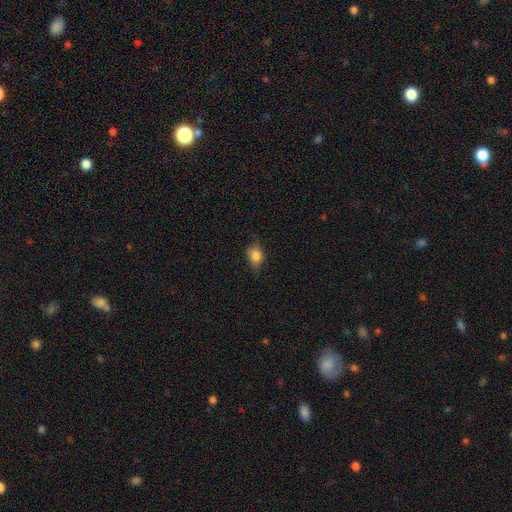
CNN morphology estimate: smooth_or_featured: smooth (p=0.77) [alt: featured or disk p=0.13]
how_rounded: in between (p=0.65) [alt: round p=0.32]
merging: none (p=0.63) [alt: minor disturbance p=0.28]